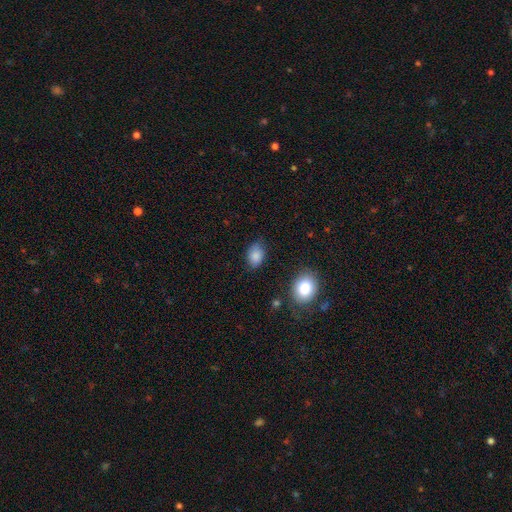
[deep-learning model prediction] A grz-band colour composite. It shows a smooth galaxy with no disk features (85%) that is in between round and cigar-shaped (80%). Merging: none (73%).